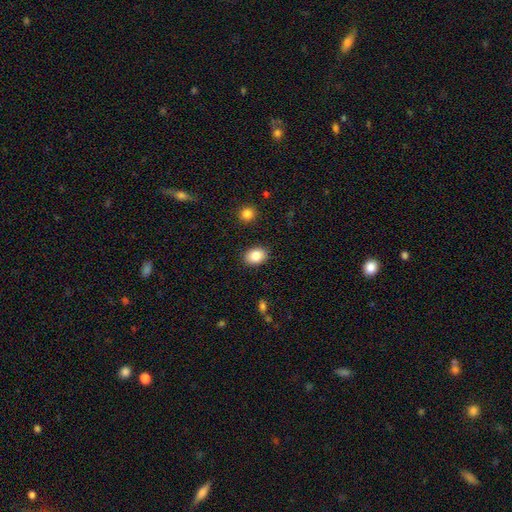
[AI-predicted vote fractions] This is clearly a smooth galaxy (85%). How rounded: likely in between (75%). Merging: clearly none (88%).